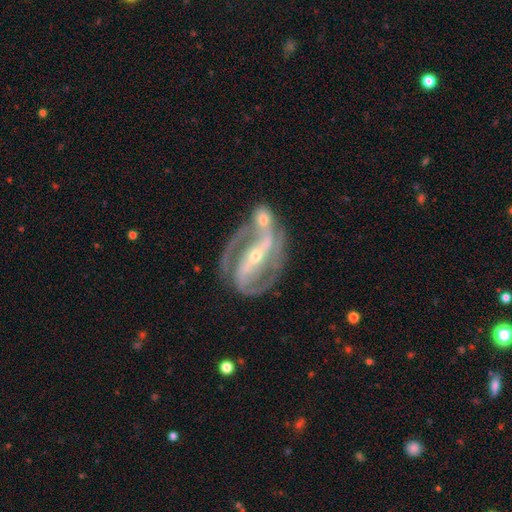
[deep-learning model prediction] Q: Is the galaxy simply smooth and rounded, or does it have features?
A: featured or disk — 91%.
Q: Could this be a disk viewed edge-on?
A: no — 95%.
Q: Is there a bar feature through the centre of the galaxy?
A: strong — 75%.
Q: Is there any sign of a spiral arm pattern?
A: yes — 97%.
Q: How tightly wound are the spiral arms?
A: medium — 51%.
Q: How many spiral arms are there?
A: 2 — 83%.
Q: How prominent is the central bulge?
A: small — 67%.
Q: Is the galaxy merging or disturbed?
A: none — 47%.